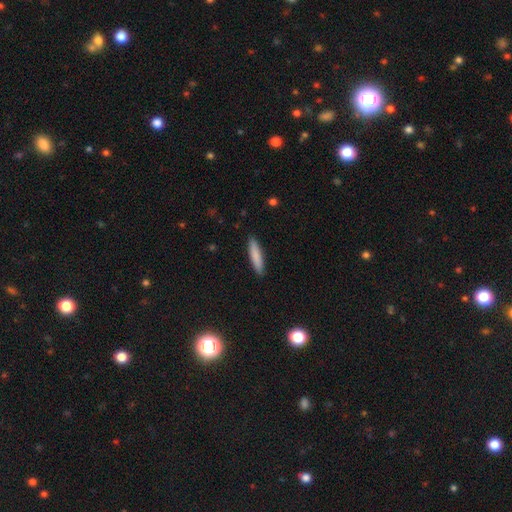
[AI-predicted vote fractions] Morphology: type=smooth (84%); roundness=cigar-shaped (84%); merging=none (90%).